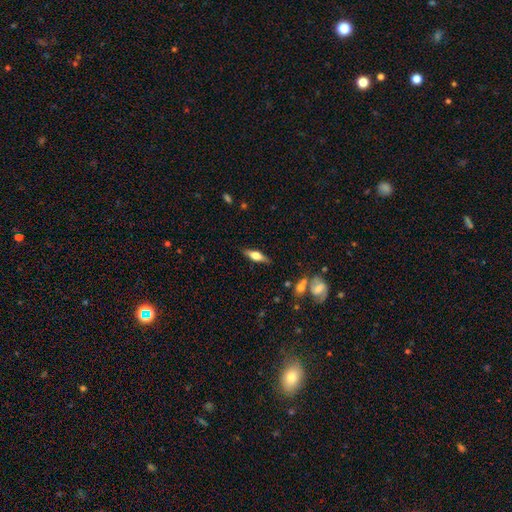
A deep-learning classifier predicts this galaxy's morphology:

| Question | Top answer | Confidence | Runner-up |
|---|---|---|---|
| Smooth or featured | featured or disk | 50% | smooth (43%) |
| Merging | none | 84% | minor disturbance (11%) |